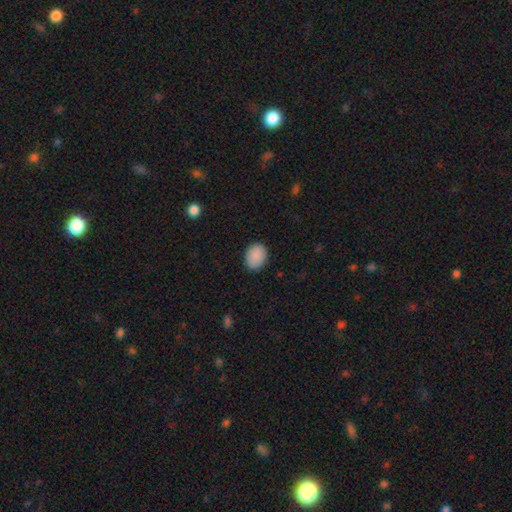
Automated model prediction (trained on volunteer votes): A smooth galaxy with no disk features (90%) that is in between round and cigar-shaped (62%).

Vote fractions:
- Smooth or featured? smooth: 90% / star or artifact: 7% / featured or disk: 3%
- How rounded? in between: 62% / round: 37% / cigar-shaped: 1%
- Merging? none: 87% / minor disturbance: 9% / major disturbance: 2% / merger: 1%